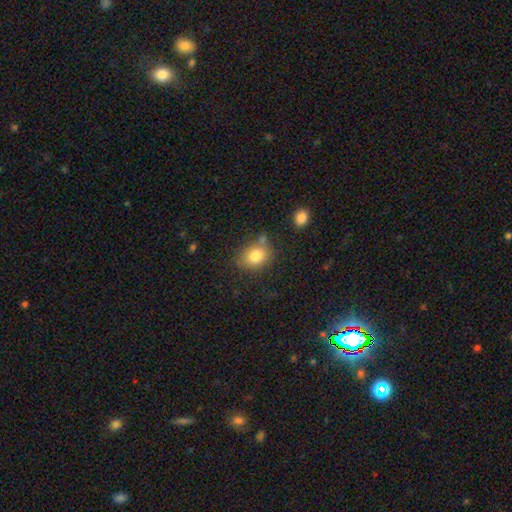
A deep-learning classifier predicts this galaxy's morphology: type=smooth (80%); roundness=in between (54%); merging=none (67%).